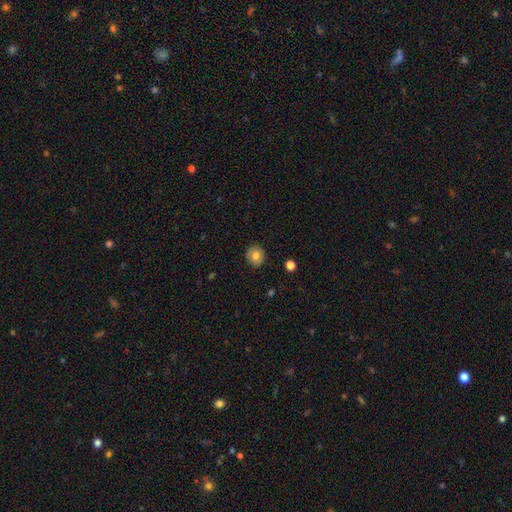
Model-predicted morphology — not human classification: This is likely a smooth galaxy (76%). How rounded: clearly round (84%). Merging: clearly none (89%).